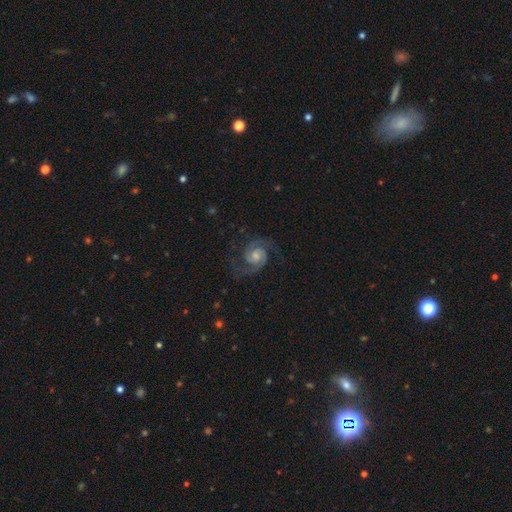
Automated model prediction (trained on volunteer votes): featured or disk 91%, star or artifact 5%, smooth 4%. Down the decision tree: edge-on disk — no (98%); bar — no (63%); spiral arms — yes (98%); spiral arm count — 2 (92%); spiral winding — medium (55%); bulge size — moderate (51%); merging — none (80%).